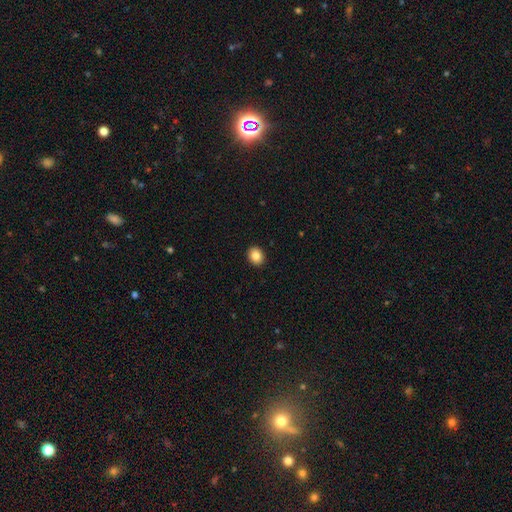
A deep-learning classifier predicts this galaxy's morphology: A smooth galaxy with no disk features (86%) that is round (58%). Merging: none (92%).